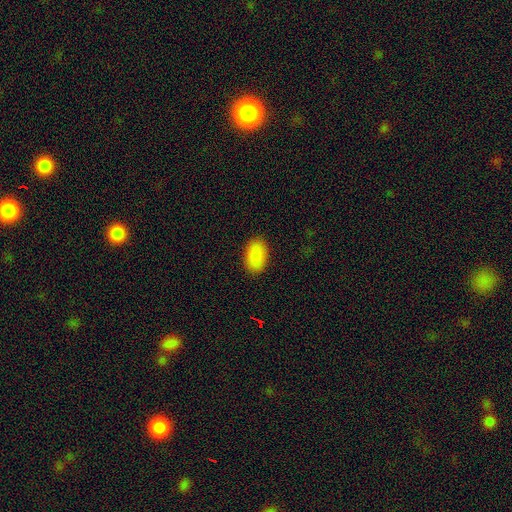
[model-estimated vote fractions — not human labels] Q: Smooth or featured?
A: smooth (89%); runner-up: star or artifact (7%)
Q: How rounded?
A: in between (93%); runner-up: round (6%)
Q: Merging?
A: none (89%); runner-up: minor disturbance (8%)